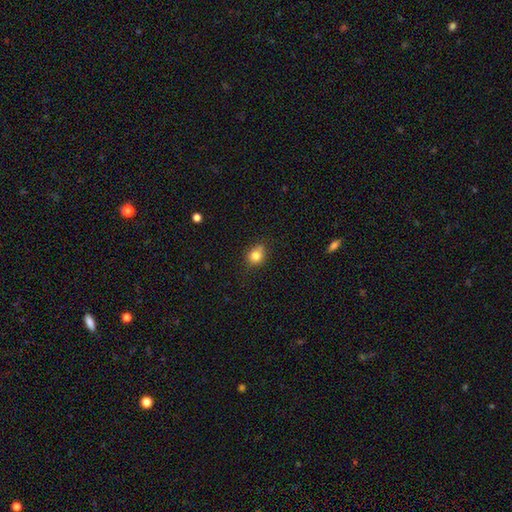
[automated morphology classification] Smooth or featured? smooth (81%)
How rounded? round (63%)
Merging? none (69%)